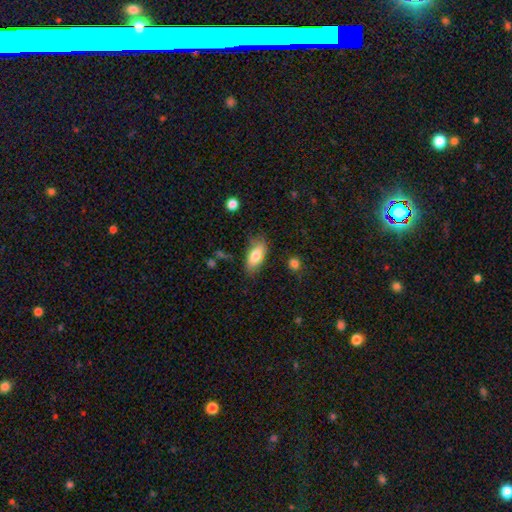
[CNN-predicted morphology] Smooth or featured? Predicted: smooth (p=0.76). How rounded? Predicted: in between (p=0.87). Merging? Predicted: none (p=0.74).